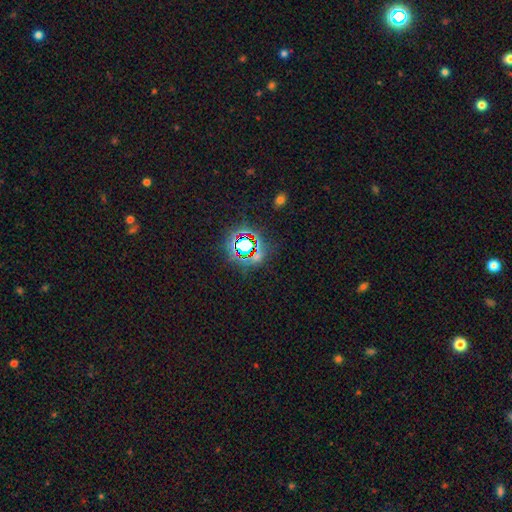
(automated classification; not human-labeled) This appears to be a star or artifact, not a galaxy (75%).